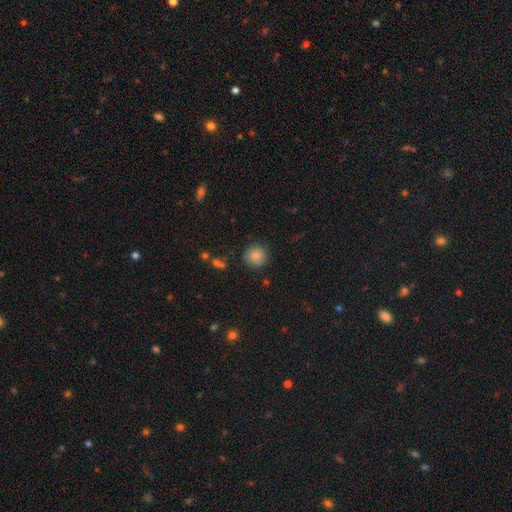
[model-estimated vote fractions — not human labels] This is clearly a smooth galaxy (83%). How rounded: clearly round (93%). Merging: clearly none (86%).